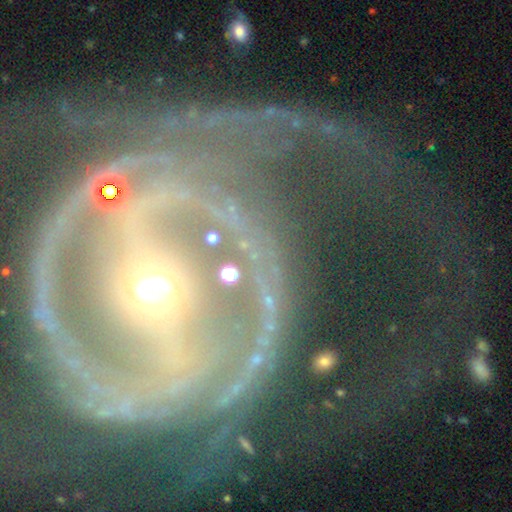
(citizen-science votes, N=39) This is clearly a featured or disk galaxy (85%). It is clearly not viewed edge-on (100%). Bar: likely strong (64%). Spiral arm pattern: clearly yes (94%). Spiral arm count: clearly 2 (84%). Spiral winding: possibly tight (52%). Central bulge: possibly moderate (58%). Merging: possibly none (51%).